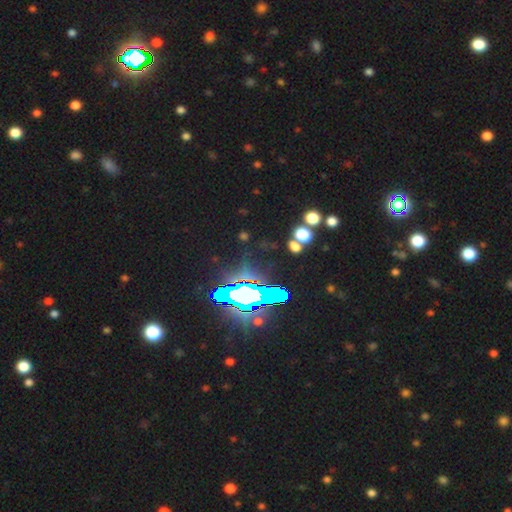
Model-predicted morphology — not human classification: A star or artifact, not a galaxy (82%).

Vote fractions:
- Smooth or featured? star or artifact: 82% / featured or disk: 10% / smooth: 9%